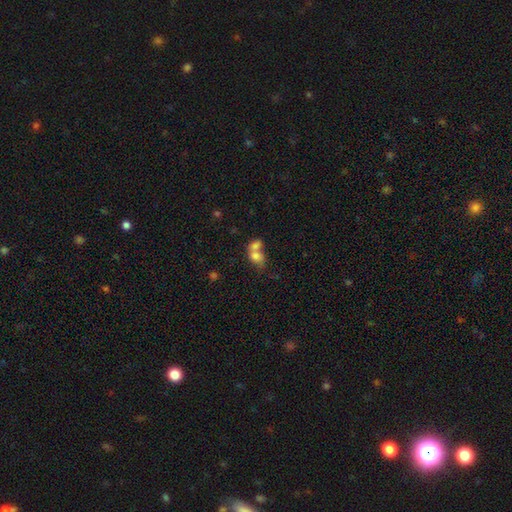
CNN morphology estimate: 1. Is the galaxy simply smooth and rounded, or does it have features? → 75% smooth, 16% featured or disk, 10% star or artifact.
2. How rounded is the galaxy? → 64% in between, 34% round, 2% cigar-shaped.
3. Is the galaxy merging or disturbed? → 70% merger, 19% none, 7% minor disturbance, 5% major disturbance.